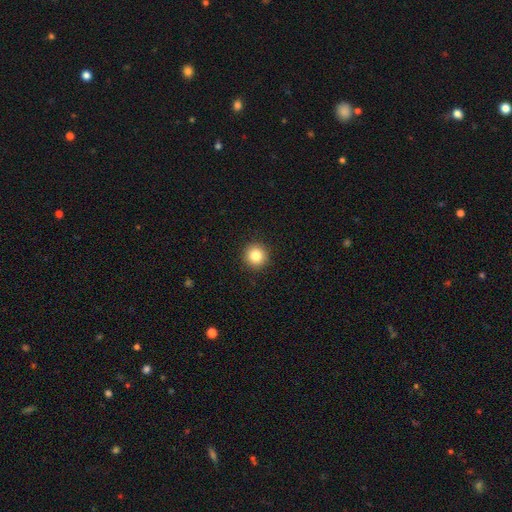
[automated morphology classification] A smooth galaxy with no disk features (83%) that is round (95%). Merging: none (93%).